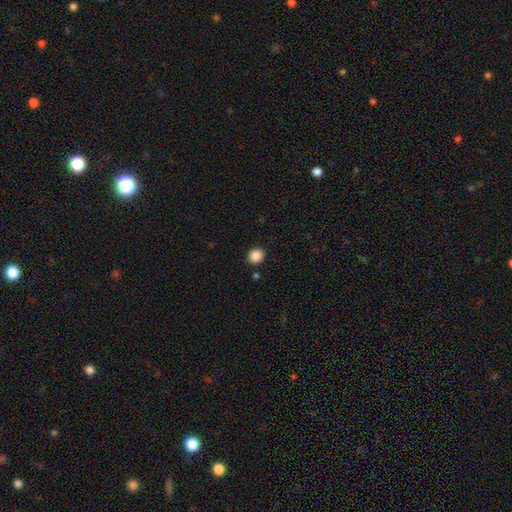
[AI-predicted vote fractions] Morphology: type=smooth (88%); roundness=round (72%); merging=none (89%).